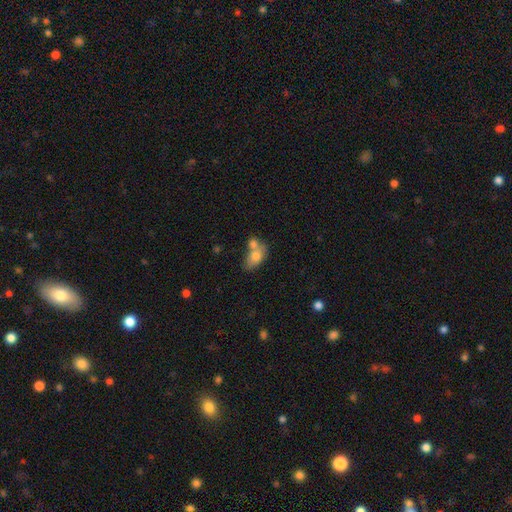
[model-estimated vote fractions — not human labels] Q: Smooth or featured?
A: smooth (75%); runner-up: featured or disk (17%)
Q: How rounded?
A: in between (83%); runner-up: round (14%)
Q: Merging?
A: merger (54%); runner-up: none (26%)